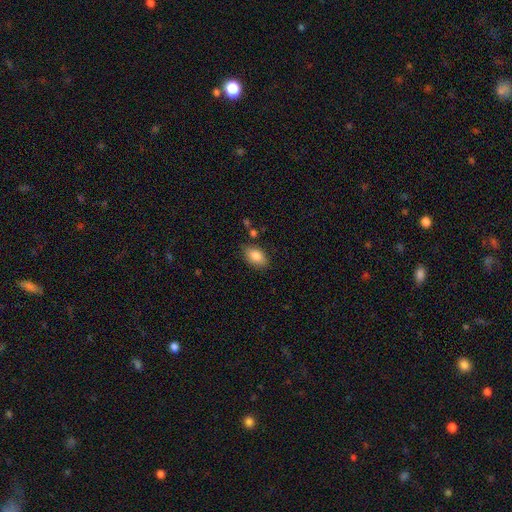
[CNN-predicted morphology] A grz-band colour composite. It shows a smooth galaxy with no disk features (85%) that is in between round and cigar-shaped (90%). Merging: none (80%).